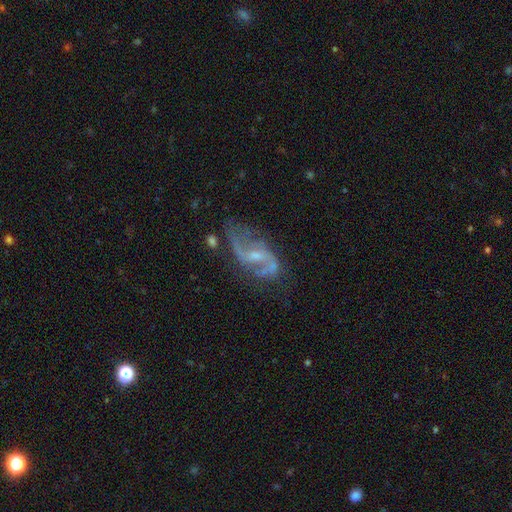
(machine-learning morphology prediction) featured or disk 86%, star or artifact 7%, smooth 7%. Down the decision tree: edge-on disk — no (96%); bar — weak (51%); spiral arms — yes (94%); spiral arm count — 2 (89%); spiral winding — loose (57%); bulge size — small (61%); merging — none (60%).